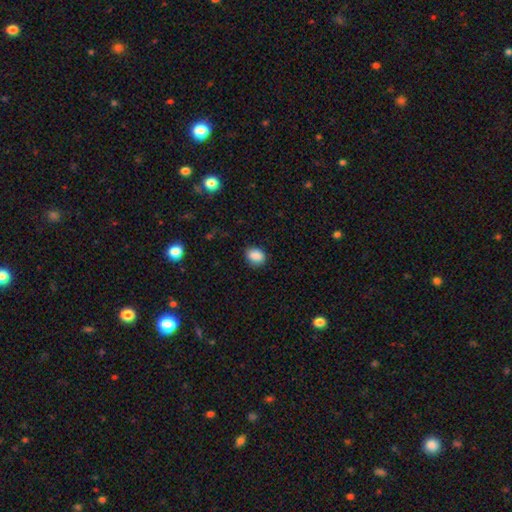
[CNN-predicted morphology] Smooth or featured? Predicted: smooth (p=0.88). How rounded? Predicted: in between (p=0.55). Merging? Predicted: none (p=0.80).